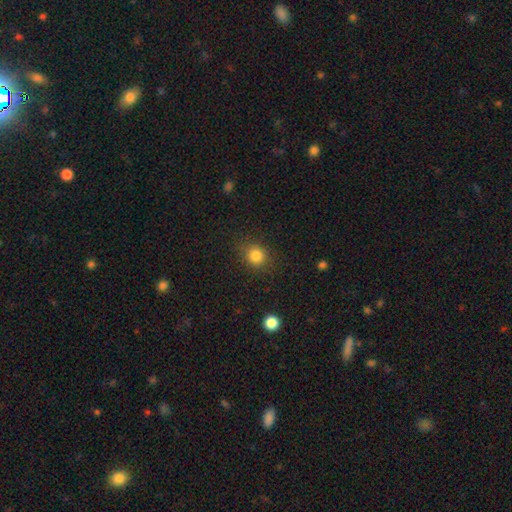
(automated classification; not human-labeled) Q: Smooth or featured?
A: smooth (83%); runner-up: star or artifact (12%)
Q: How rounded?
A: round (81%); runner-up: in between (18%)
Q: Merging?
A: none (84%); runner-up: minor disturbance (10%)